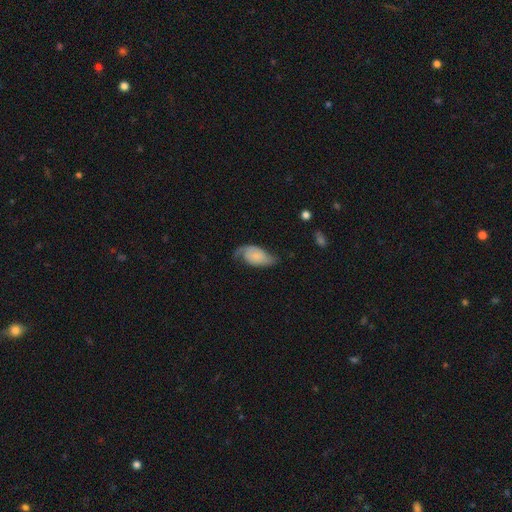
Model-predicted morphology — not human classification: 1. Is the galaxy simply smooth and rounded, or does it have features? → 52% featured or disk, 42% smooth, 7% star or artifact.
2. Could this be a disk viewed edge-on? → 95% no, 5% yes.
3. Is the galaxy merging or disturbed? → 46% none, 32% minor disturbance, 20% major disturbance, 2% merger.